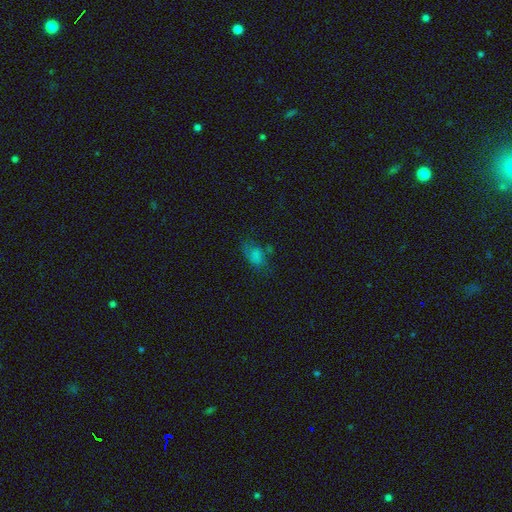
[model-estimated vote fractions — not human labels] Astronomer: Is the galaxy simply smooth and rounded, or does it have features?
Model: smooth — 69%.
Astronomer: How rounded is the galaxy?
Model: in between — 85%.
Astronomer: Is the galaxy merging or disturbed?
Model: none — 49% (runner-up: minor disturbance, 28%).